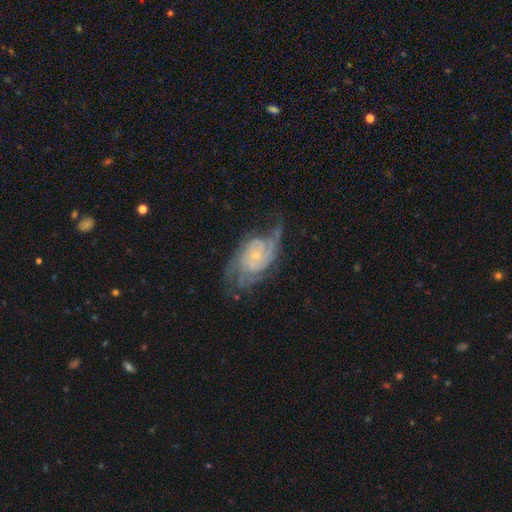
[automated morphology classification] This is clearly a featured or disk galaxy (86%). It is clearly not viewed edge-on (96%). Bar: likely no (72%). Spiral arm pattern: clearly yes (96%). Spiral arm count: marginally 2 (31%). Spiral winding: possibly tight (51%). Central bulge: likely small (76%). Merging: possibly none (58%).